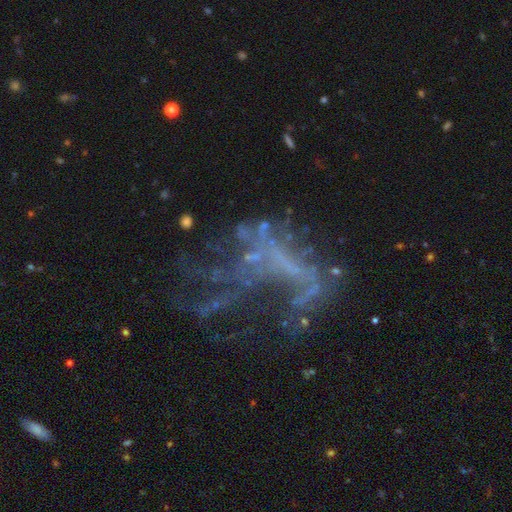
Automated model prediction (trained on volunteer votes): smooth_or_featured: featured or disk (p=0.58) [alt: star or artifact p=0.30]
disk_edge_on: no (p=0.95) [alt: yes p=0.05]
bar: no (p=0.84) [alt: weak p=0.10]
has_spiral_arms: no (p=0.85) [alt: yes p=0.15]
bulge_size: none (p=0.84) [alt: small p=0.09]
merging: major disturbance (p=0.47) [alt: none p=0.31]